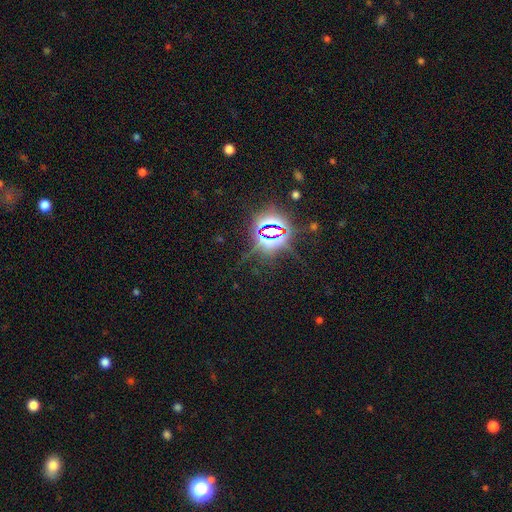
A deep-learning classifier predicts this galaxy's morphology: Smooth or featured: star or artifact — 84% (smooth — 9%)